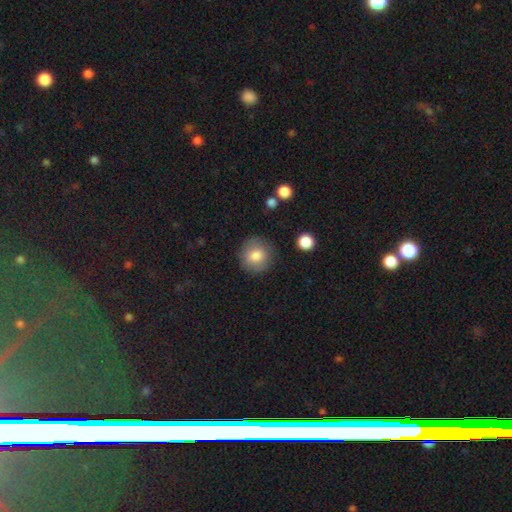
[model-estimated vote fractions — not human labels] This appears to be a smooth galaxy with no disk features (80%) that is round (89%). Merging: none (84%).